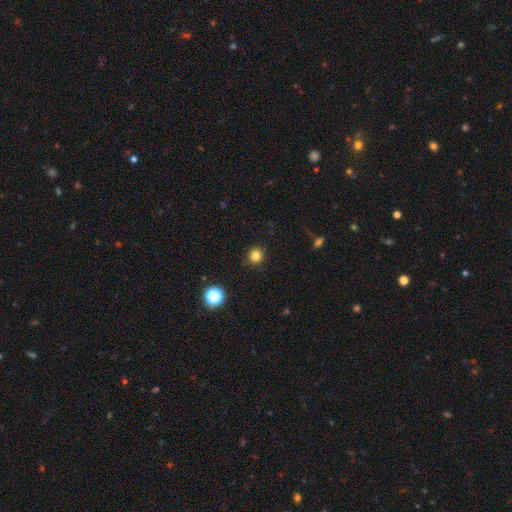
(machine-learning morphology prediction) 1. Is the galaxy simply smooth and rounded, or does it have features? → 82% smooth, 13% star or artifact, 4% featured or disk.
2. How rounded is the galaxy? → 90% round, 9% in between, 1% cigar-shaped.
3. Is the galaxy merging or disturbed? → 90% none, 7% minor disturbance, 2% major disturbance, 1% merger.